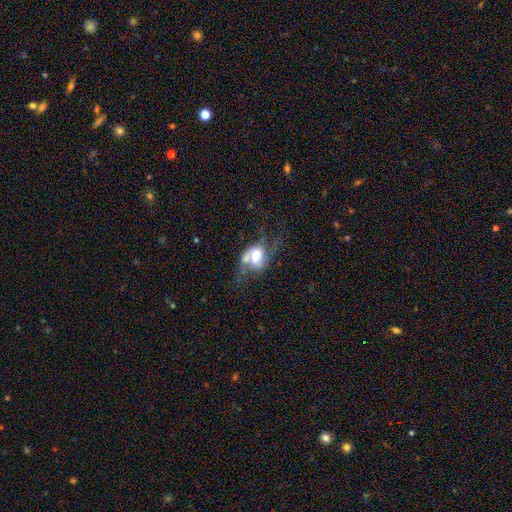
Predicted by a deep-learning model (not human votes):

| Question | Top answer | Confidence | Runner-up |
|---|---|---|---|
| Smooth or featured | featured or disk | 57% | smooth (34%) |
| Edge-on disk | no | 95% | yes (5%) |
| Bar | no | 53% | weak (33%) |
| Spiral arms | yes | 68% | no (32%) |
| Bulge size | moderate | 40% | large (39%) |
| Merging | merger | 29% | major disturbance (27%) |